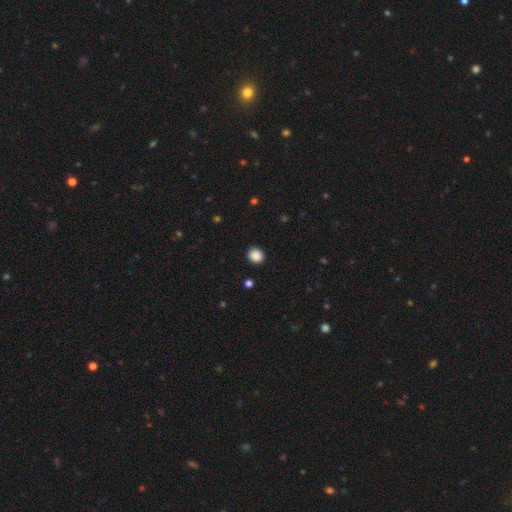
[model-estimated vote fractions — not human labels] Overall: smooth (88%). How rounded: round (72%). Merging: none (91%).